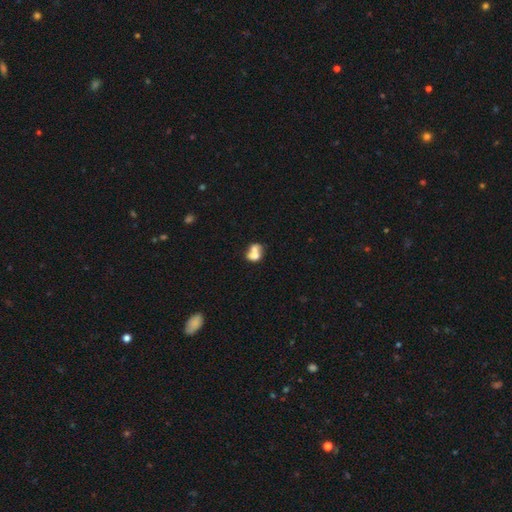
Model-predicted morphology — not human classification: type=smooth (63%); roundness=in between (61%); merging=merger (60%).